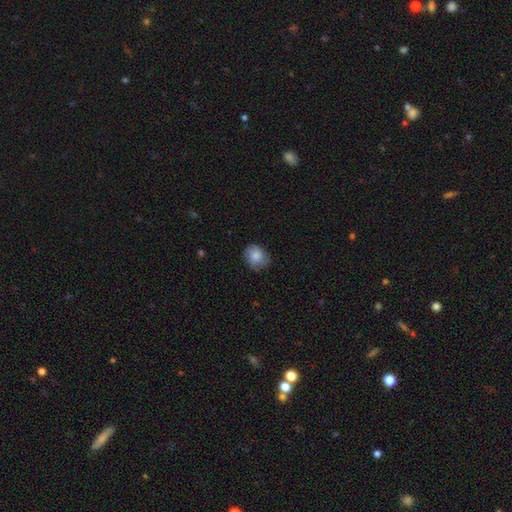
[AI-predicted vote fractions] A smooth galaxy with no disk features (79%) that is round (62%).

Vote fractions:
- Smooth or featured? smooth: 79% / featured or disk: 14% / star or artifact: 7%
- How rounded? round: 62% / in between: 37% / cigar-shaped: 1%
- Merging? none: 68% / minor disturbance: 25% / major disturbance: 6% / merger: 1%